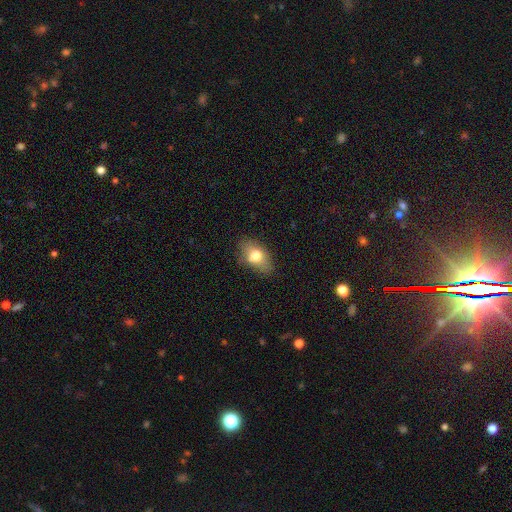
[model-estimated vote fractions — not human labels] This is likely a smooth galaxy (71%). How rounded: clearly in between (83%). Merging: likely none (73%).